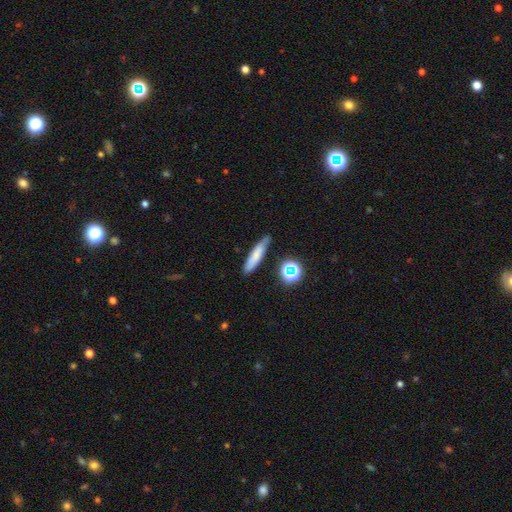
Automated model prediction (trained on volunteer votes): Smooth or featured? smooth (68%)
How rounded? cigar-shaped (82%)
Merging? none (76%)